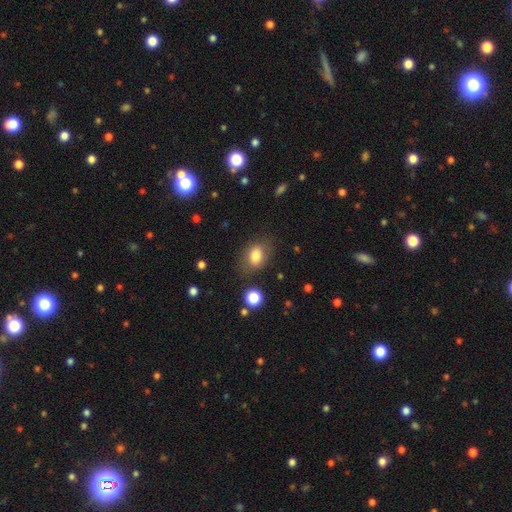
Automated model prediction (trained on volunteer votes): Morphology: type=smooth (81%); roundness=in between (73%); merging=none (74%).